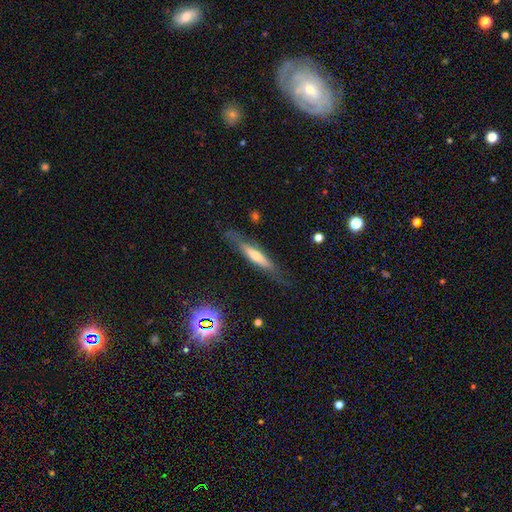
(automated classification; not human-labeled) A featured or disk galaxy (52%) viewed edge-on (81%). Merging: none (75%).